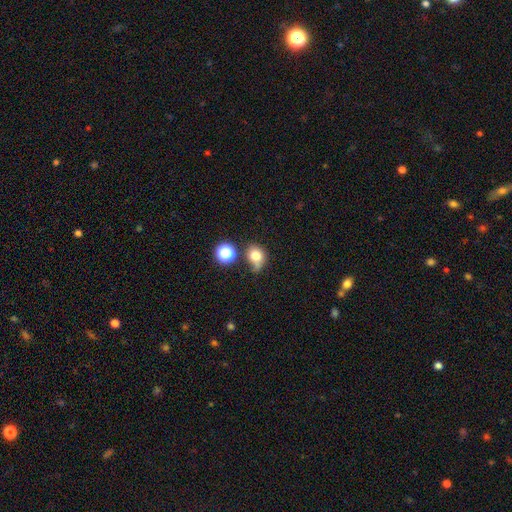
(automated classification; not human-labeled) smooth 75%, star or artifact 13%, featured or disk 11%. Down the decision tree: how rounded — round (64%); merging — none (46%).